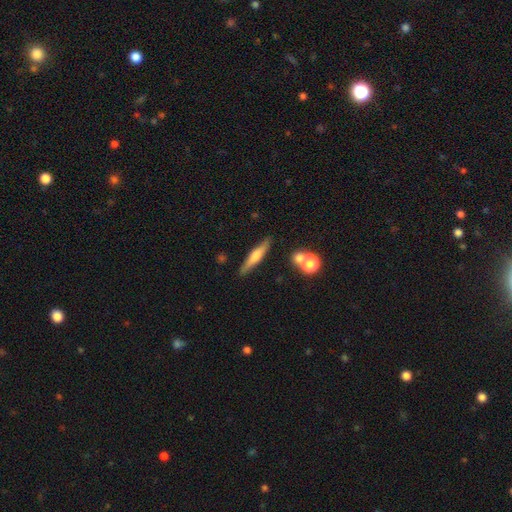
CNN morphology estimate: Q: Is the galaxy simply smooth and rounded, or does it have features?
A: smooth — 48%.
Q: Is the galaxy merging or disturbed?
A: none — 83%.